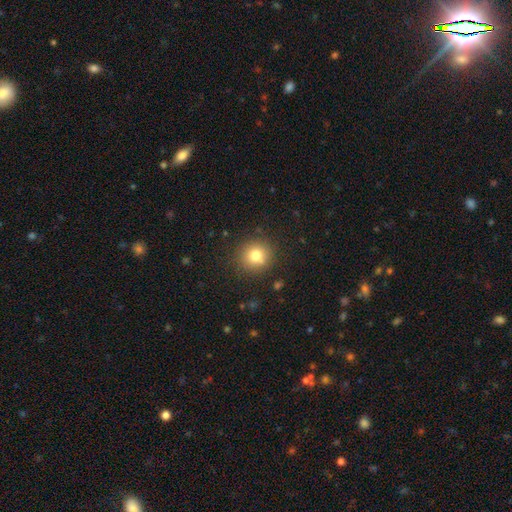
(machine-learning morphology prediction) The model was most divided on "smooth or featured": smooth: 78%, star or artifact: 13%, featured or disk: 9%. More confident: how rounded — round (90%); merging — none (86%).